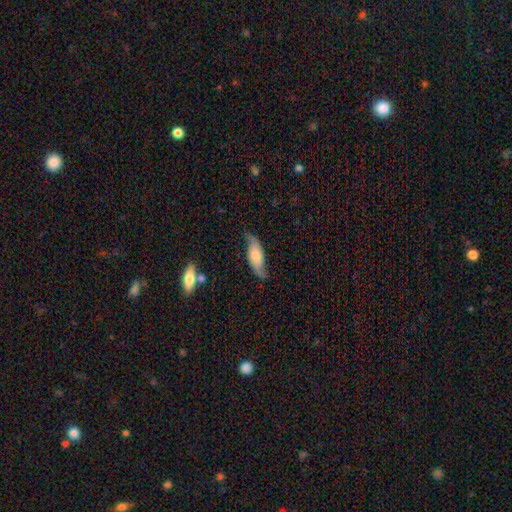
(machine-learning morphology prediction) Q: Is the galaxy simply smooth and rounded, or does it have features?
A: smooth — 47%.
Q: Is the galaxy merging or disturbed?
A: none — 62%.